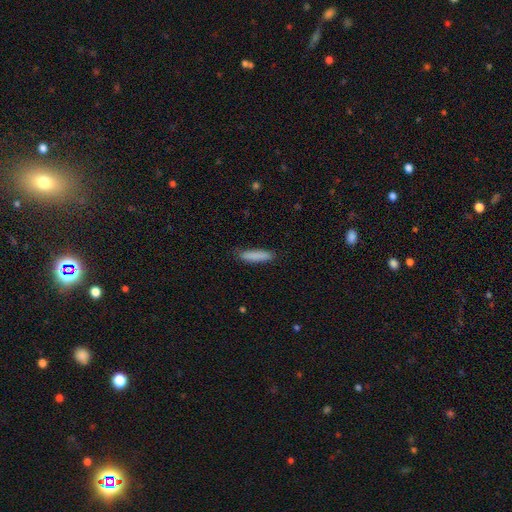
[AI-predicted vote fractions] smooth_or_featured: smooth (p=0.86) [alt: featured or disk p=0.08]
how_rounded: cigar-shaped (p=0.83) [alt: in between p=0.16]
merging: none (p=0.82) [alt: minor disturbance p=0.14]